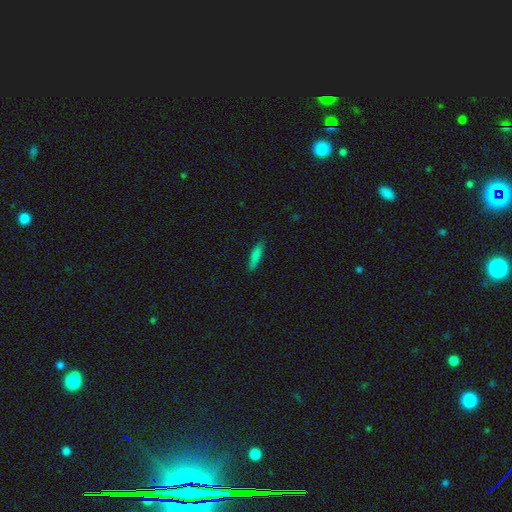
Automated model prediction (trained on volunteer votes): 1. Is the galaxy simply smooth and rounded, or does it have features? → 81% smooth, 11% featured or disk, 8% star or artifact.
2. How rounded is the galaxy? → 76% cigar-shaped, 22% in between, 2% round.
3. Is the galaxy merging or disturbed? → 86% none, 10% minor disturbance, 2% major disturbance, 1% merger.